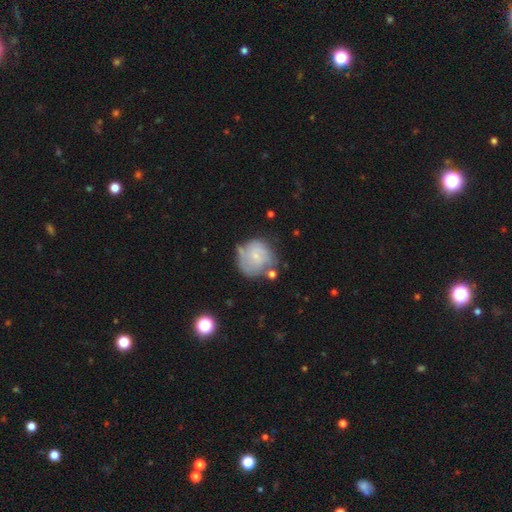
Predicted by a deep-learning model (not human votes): Smooth or featured?
  - featured or disk: 48% *
  - smooth: 44%
  - star or artifact: 8%
Merging?
  - none: 48% *
  - minor disturbance: 27%
  - major disturbance: 14%
  - merger: 12%